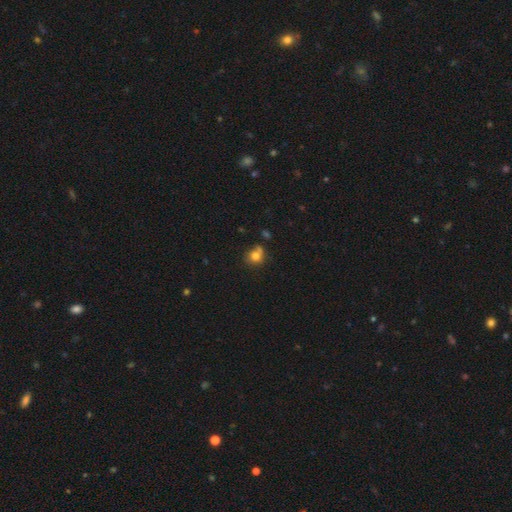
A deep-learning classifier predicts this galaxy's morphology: Smooth or featured: smooth — 78% (star or artifact — 12%)
How rounded: round — 79% (in between — 20%)
Merging: none — 57% (merger — 19%)